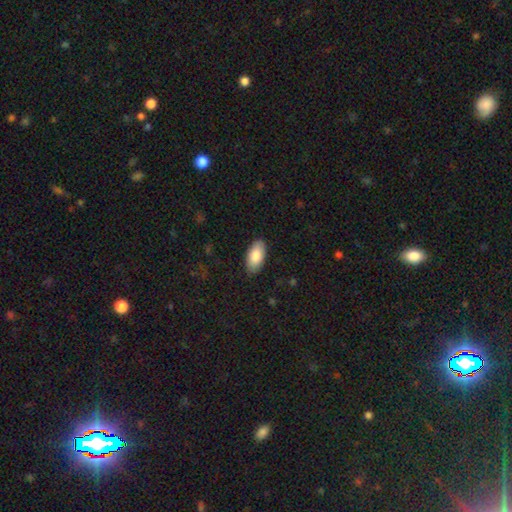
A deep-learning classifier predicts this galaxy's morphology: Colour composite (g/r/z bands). It shows a smooth galaxy with no disk features (84%) that is in between round and cigar-shaped (94%). Merging: none (87%).